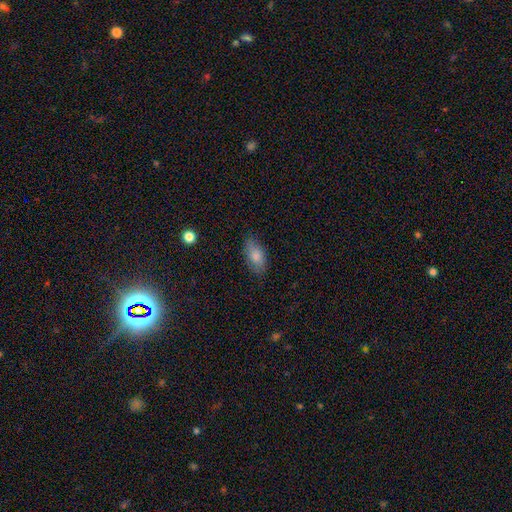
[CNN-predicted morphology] type=smooth (81%); roundness=in between (91%); merging=none (76%).